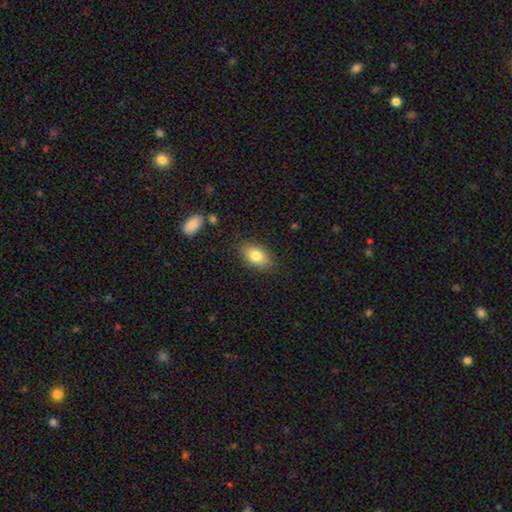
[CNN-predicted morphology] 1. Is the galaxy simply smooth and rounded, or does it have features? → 81% smooth, 11% featured or disk, 8% star or artifact.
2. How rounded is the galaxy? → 88% in between, 10% round, 2% cigar-shaped.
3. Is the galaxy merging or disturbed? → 84% none, 12% minor disturbance, 3% major disturbance, 2% merger.